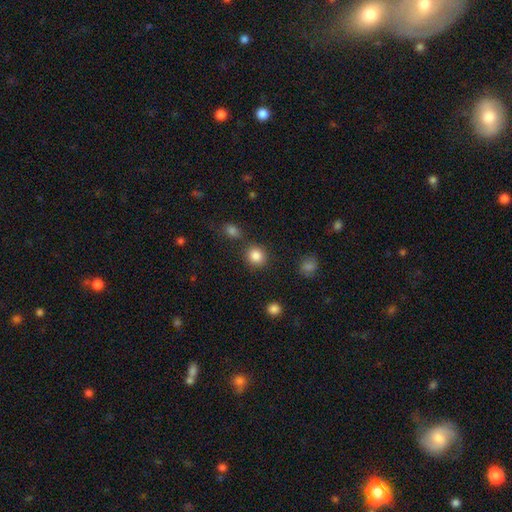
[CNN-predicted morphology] type=smooth (85%); roundness=round (88%); merging=none (83%).